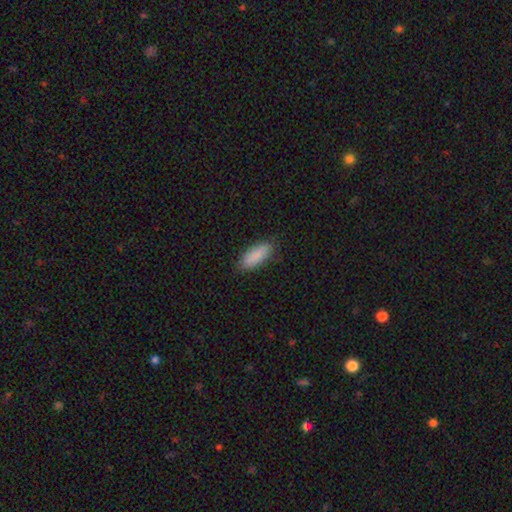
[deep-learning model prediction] Smooth or featured? Predicted: smooth (p=0.88). How rounded? Predicted: in between (p=0.73). Merging? Predicted: none (p=0.84).